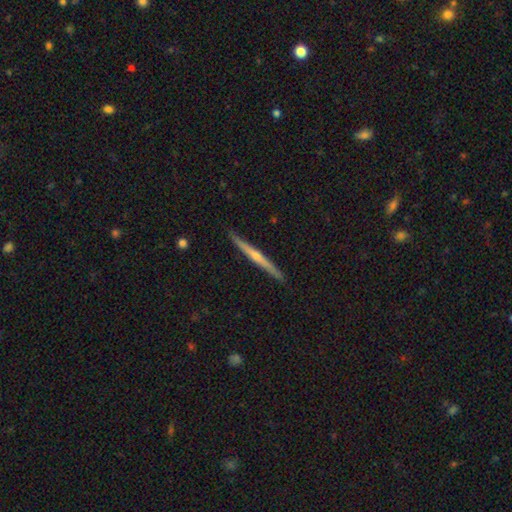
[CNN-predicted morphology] This is likely a featured or disk galaxy (74%). It is clearly viewed edge-on (98%). Edge-on bulge: likely rounded (74%). Merging: clearly none (91%).